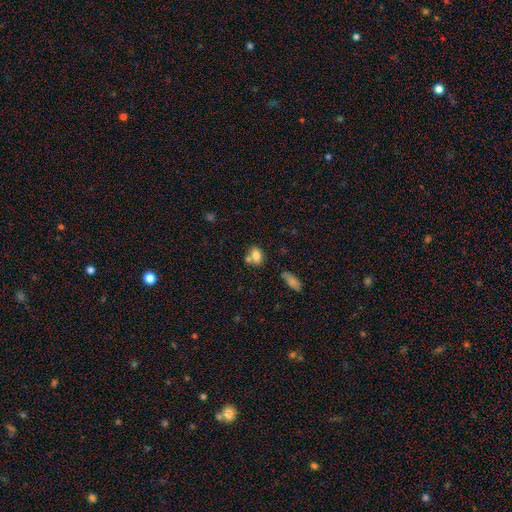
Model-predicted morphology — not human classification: type=smooth (79%); roundness=in between (76%); merging=none (51%).